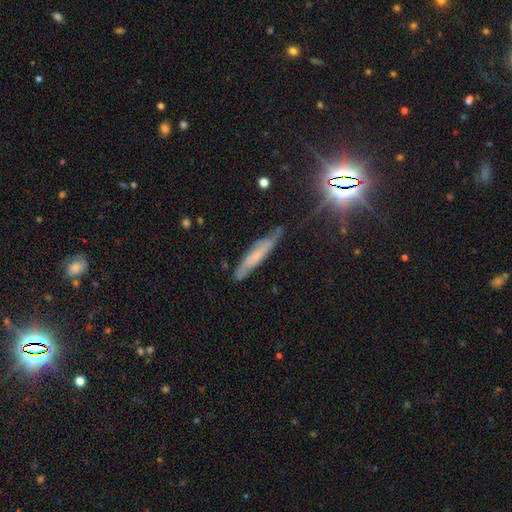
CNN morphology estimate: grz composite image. It shows a featured or disk galaxy (47%). Merging: none (71%).